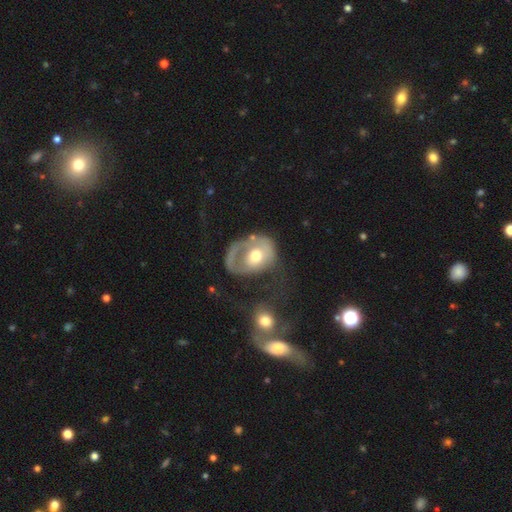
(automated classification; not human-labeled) This appears to be a featured or disk galaxy (54%) with no bar (80%), no spiral arms (55%) and a moderate central bulge (71%). Merging: major disturbance (49%).